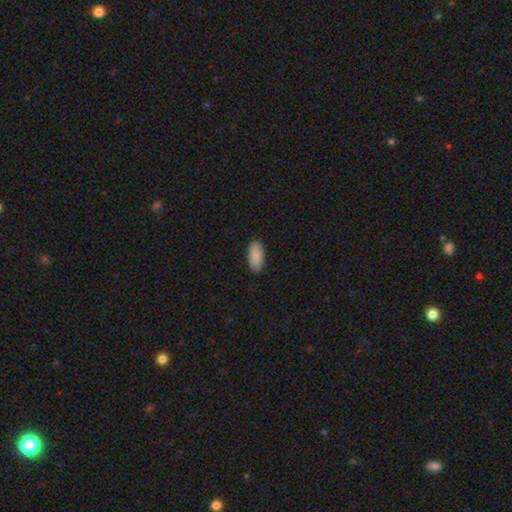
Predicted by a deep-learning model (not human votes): A smooth galaxy with no disk features (89%) that is in between round and cigar-shaped (91%). Merging: none (89%).